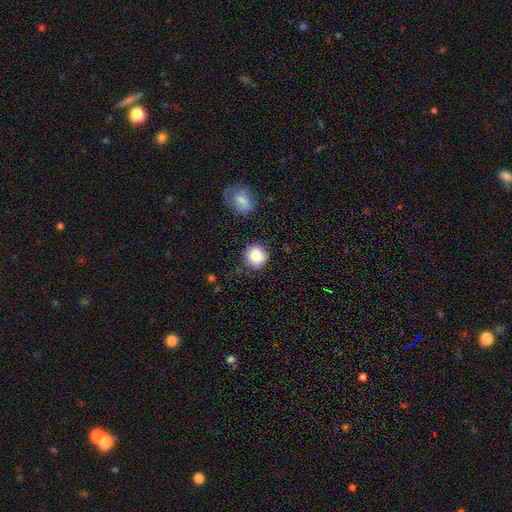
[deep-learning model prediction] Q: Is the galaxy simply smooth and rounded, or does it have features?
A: smooth — 86%.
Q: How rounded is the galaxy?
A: round — 89%.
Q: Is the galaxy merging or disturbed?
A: none — 77%.